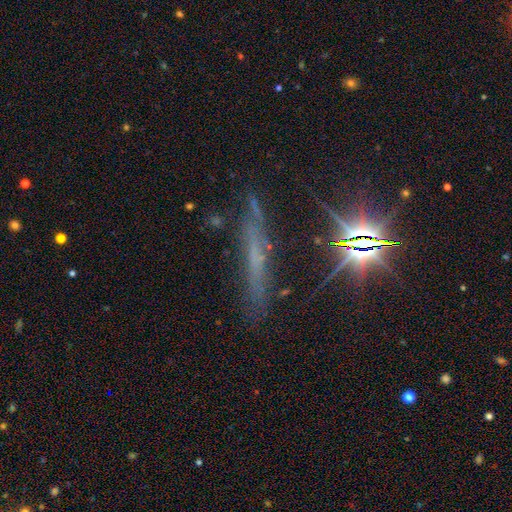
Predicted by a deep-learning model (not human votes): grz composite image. It shows a featured or disk galaxy (43%). Merging: none (73%).